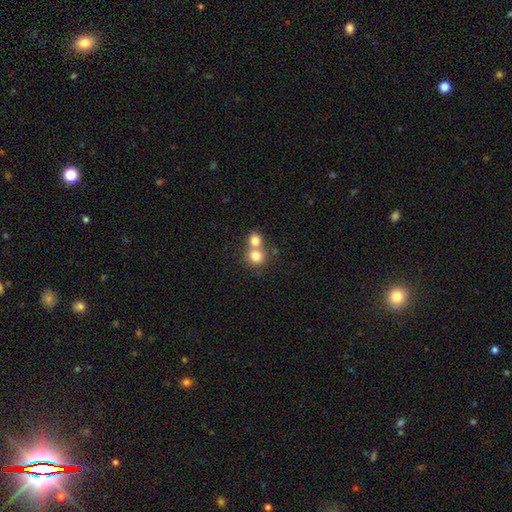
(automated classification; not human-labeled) smooth_or_featured: smooth (p=0.78) [alt: featured or disk p=0.11]
how_rounded: round (p=0.84) [alt: in between p=0.15]
merging: merger (p=0.55) [alt: none p=0.37]